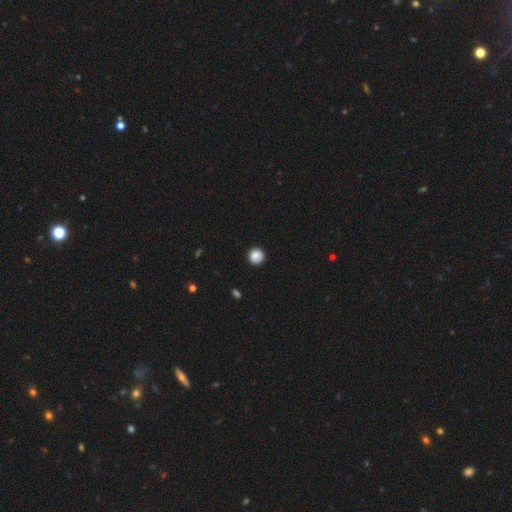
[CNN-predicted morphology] Smooth or featured? Predicted: smooth (p=0.86). How rounded? Predicted: round (p=0.92). Merging? Predicted: none (p=0.88).